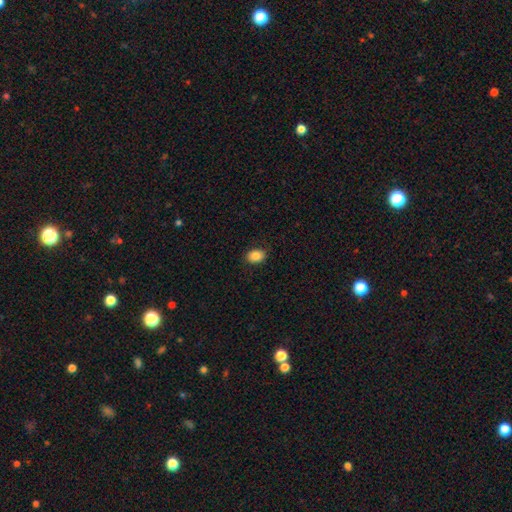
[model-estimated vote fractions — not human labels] Morphology: type=smooth (85%); roundness=in between (67%); merging=none (86%).